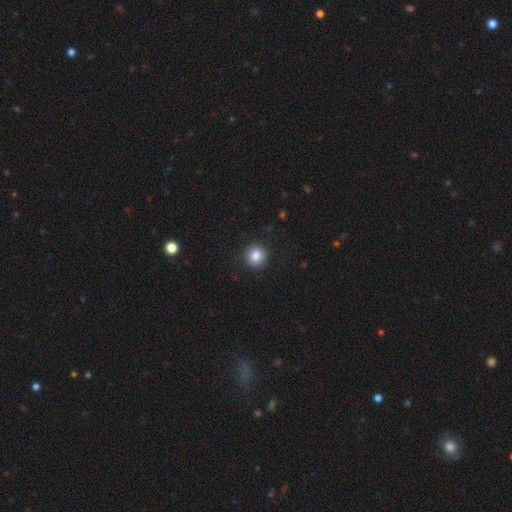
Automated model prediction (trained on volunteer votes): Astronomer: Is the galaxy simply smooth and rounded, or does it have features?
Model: smooth — 84%.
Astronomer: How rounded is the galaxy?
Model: round — 93%.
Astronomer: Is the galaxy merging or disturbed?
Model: none — 91%.